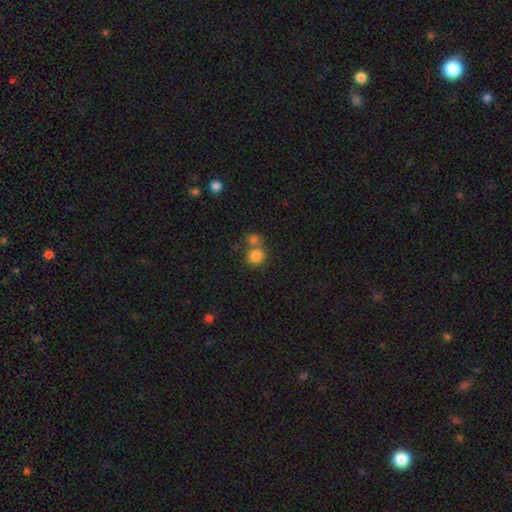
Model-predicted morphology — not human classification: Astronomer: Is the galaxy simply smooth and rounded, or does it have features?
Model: smooth — 82%.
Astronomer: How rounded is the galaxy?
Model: round — 85%.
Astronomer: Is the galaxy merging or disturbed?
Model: none — 49% (runner-up: merger, 39%).